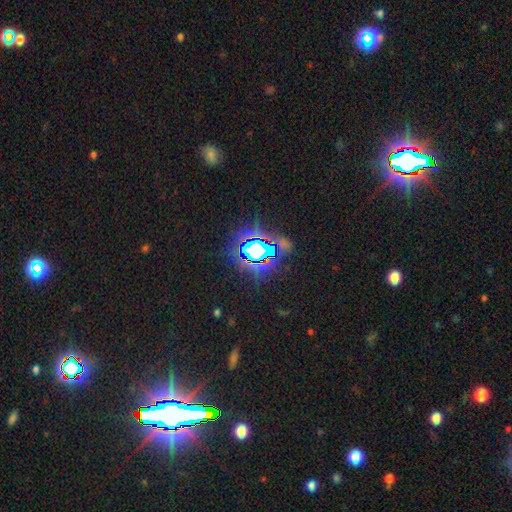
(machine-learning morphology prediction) smooth-or-featured: star or artifact: 75% | smooth: 14% | featured or disk: 11%